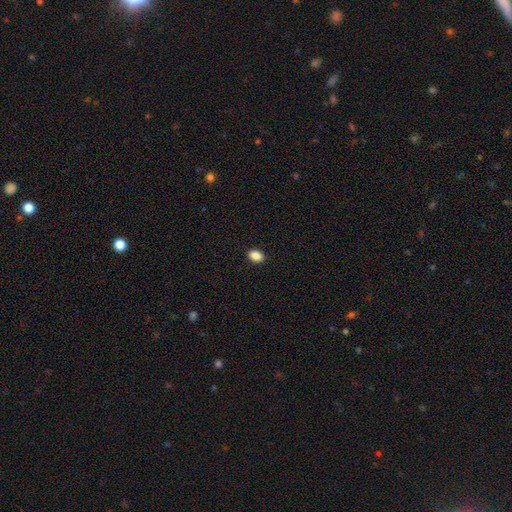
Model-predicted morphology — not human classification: A smooth galaxy with no disk features (88%) that is in between round and cigar-shaped (80%).

Vote fractions:
- Smooth or featured? smooth: 88% / star or artifact: 9% / featured or disk: 3%
- How rounded? in between: 80% / round: 19% / cigar-shaped: 1%
- Merging? none: 91% / minor disturbance: 6% / major disturbance: 2% / merger: 1%